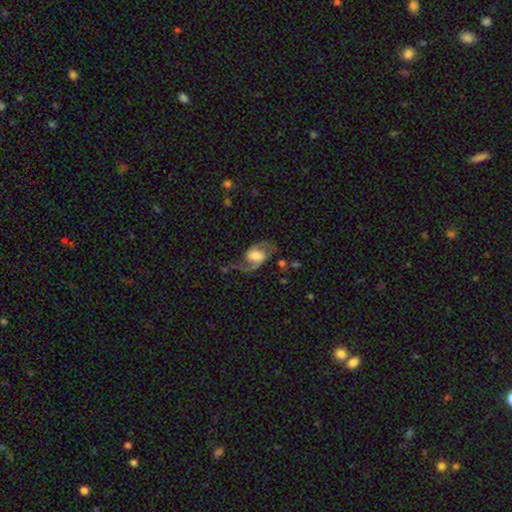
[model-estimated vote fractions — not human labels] This is likely a featured or disk galaxy (76%). It is clearly not viewed edge-on (97%). Bar: possibly weak (46%). Spiral arm pattern: clearly yes (91%). Spiral arm count: clearly 2 (88%). Spiral winding: possibly loose (50%). Central bulge: marginally large (40%). Merging: possibly none (57%).